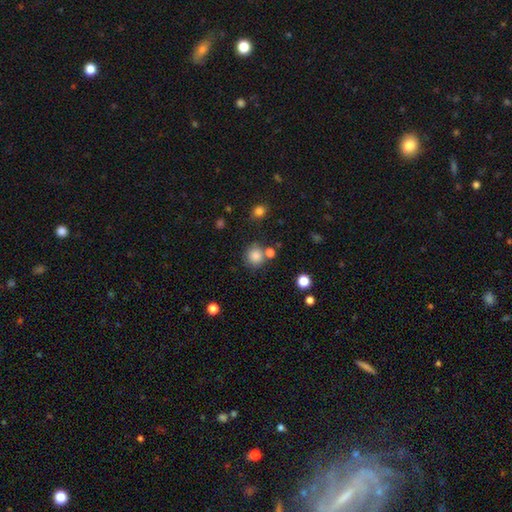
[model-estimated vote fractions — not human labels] smooth_or_featured: smooth (p=0.84) [alt: star or artifact p=0.11]
how_rounded: round (p=0.89) [alt: in between p=0.10]
merging: none (p=0.73) [alt: merger p=0.12]